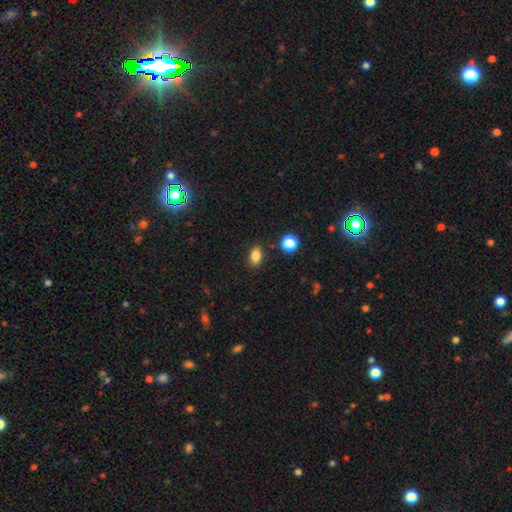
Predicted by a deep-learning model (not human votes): smooth-or-featured: smooth: 85% | star or artifact: 11% | featured or disk: 5%
  how-rounded: in between: 82% | round: 15% | cigar-shaped: 3%
  merging: none: 85% | minor disturbance: 10% | major disturbance: 3% | merger: 2%